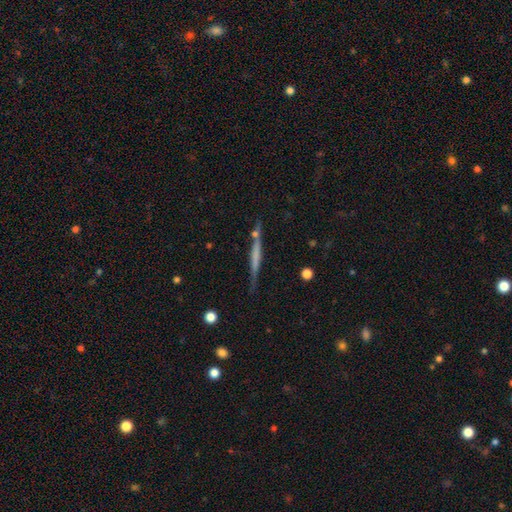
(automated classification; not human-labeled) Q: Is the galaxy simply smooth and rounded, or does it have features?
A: featured or disk — 56%.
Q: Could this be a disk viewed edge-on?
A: yes — 96%.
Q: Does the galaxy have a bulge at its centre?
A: none — 67%.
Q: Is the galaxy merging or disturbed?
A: none — 78%.